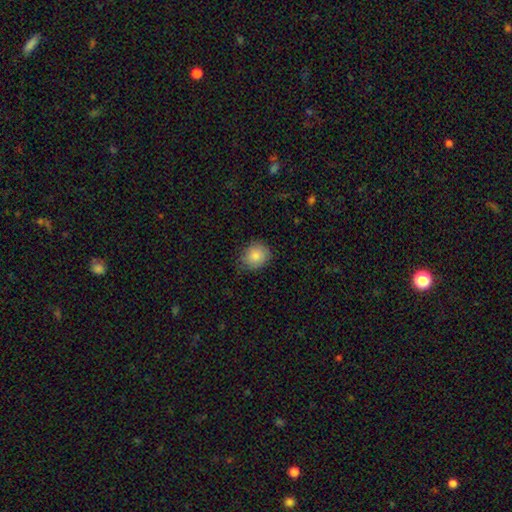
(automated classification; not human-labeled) smooth-or-featured: smooth: 85% | star or artifact: 8% | featured or disk: 7%
  how-rounded: round: 73% | in between: 26% | cigar-shaped: 1%
  merging: none: 77% | minor disturbance: 18% | major disturbance: 4% | merger: 1%